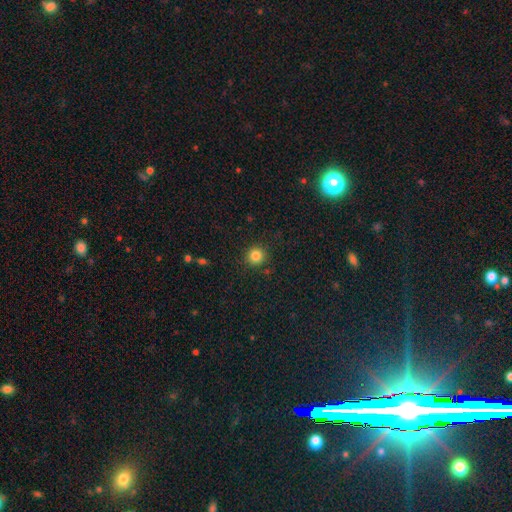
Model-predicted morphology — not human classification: A smooth galaxy with no disk features (84%) that is round (93%).

Vote fractions:
- Smooth or featured? smooth: 84% / star or artifact: 12% / featured or disk: 4%
- How rounded? round: 93% / in between: 6% / cigar-shaped: 1%
- Merging? none: 90% / minor disturbance: 7% / major disturbance: 2% / merger: 1%